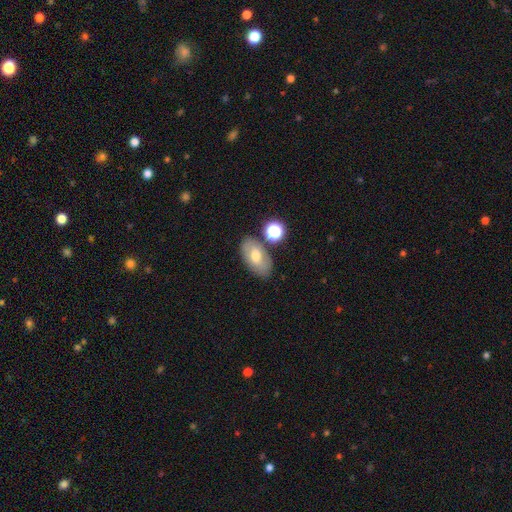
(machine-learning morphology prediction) smooth_or_featured: smooth (p=0.60) [alt: featured or disk p=0.30]
how_rounded: in between (p=0.89) [alt: round p=0.08]
merging: none (p=0.73) [alt: minor disturbance p=0.14]